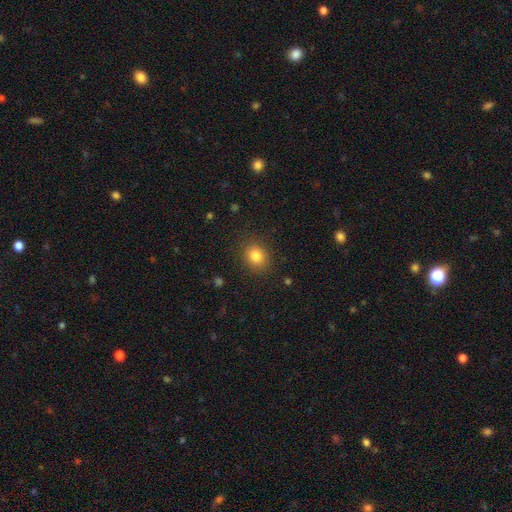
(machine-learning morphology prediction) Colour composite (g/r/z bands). It shows a smooth galaxy with no disk features (83%) that is round (66%). Merging: none (87%).